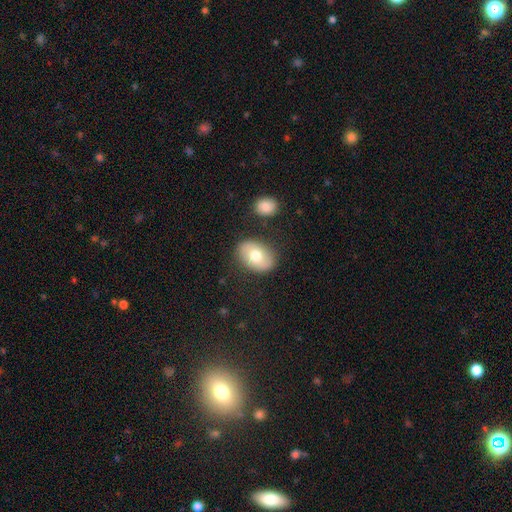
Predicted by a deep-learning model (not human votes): Smooth or featured? Predicted: smooth (p=0.70). How rounded? Predicted: in between (p=0.81). Merging? Predicted: none (p=0.81).